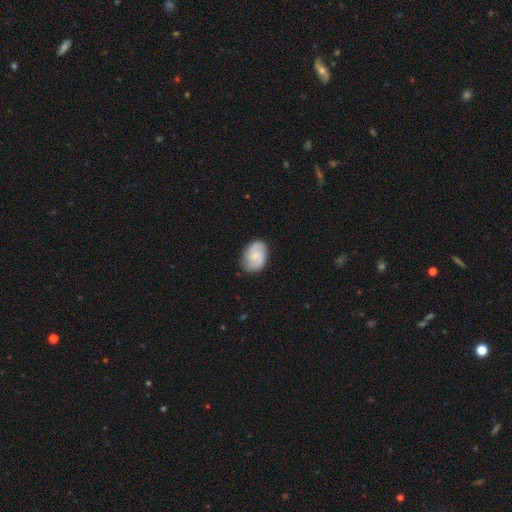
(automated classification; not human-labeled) This appears to be a featured or disk galaxy (51%). Merging: none (80%).